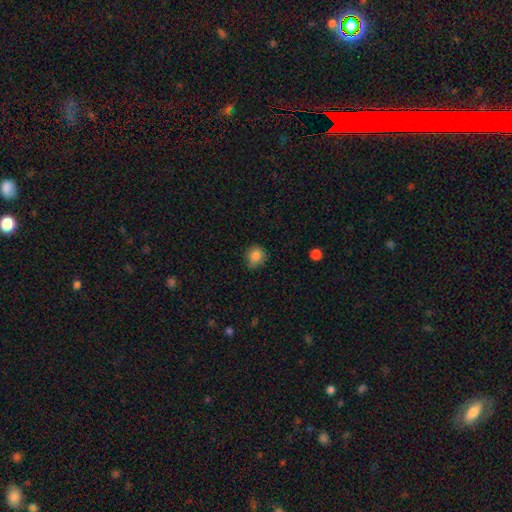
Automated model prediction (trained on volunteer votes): smooth 85%, star or artifact 10%, featured or disk 5%. Down the decision tree: how rounded — round (78%); merging — none (74%).